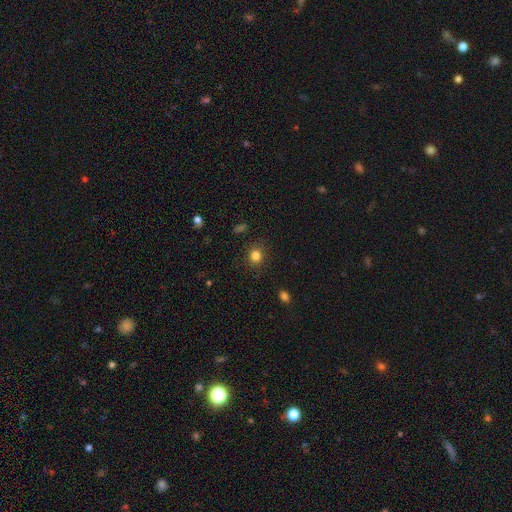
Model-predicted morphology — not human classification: Smooth or featured? Predicted: smooth (p=0.82). How rounded? Predicted: round (p=0.81). Merging? Predicted: none (p=0.87).